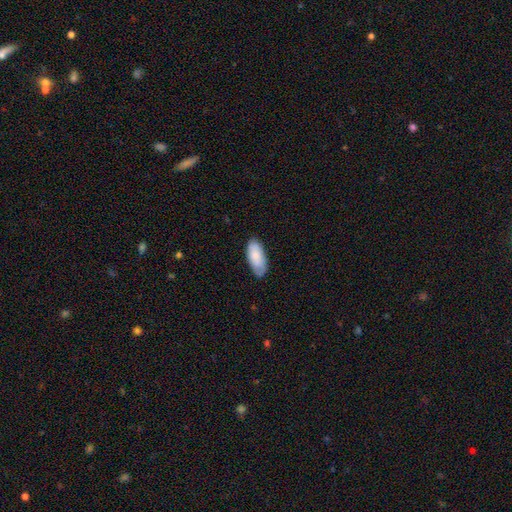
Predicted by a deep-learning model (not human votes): A smooth galaxy with no disk features (81%) that is in between round and cigar-shaped (89%).

Vote fractions:
- Smooth or featured? smooth: 81% / featured or disk: 14% / star or artifact: 6%
- How rounded? in between: 89% / cigar-shaped: 9% / round: 2%
- Merging? none: 73% / minor disturbance: 23% / major disturbance: 4% / merger: 1%